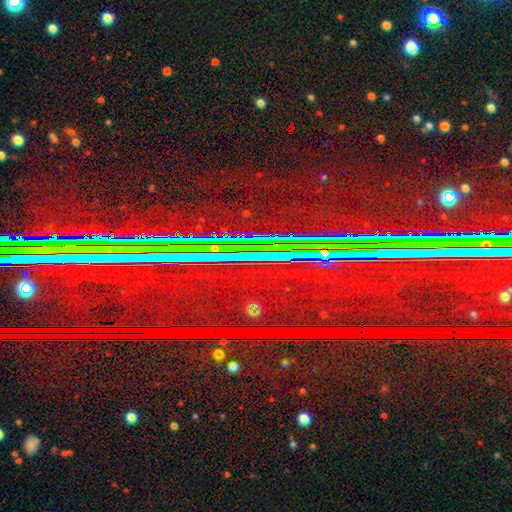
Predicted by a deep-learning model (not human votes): smooth_or_featured: star or artifact (p=0.86) [alt: featured or disk p=0.08]